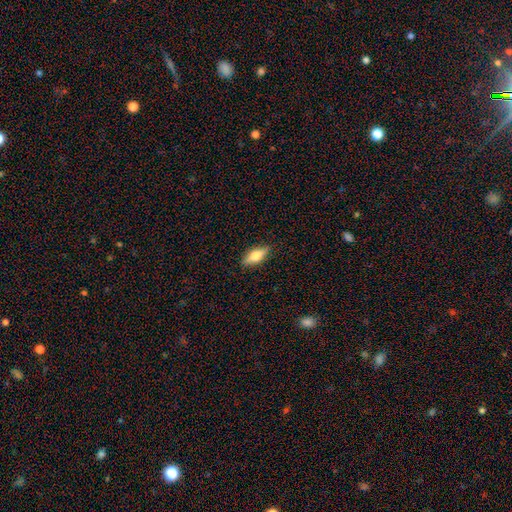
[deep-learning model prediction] Smooth or featured? Predicted: smooth (p=0.57). How rounded? Predicted: in between (p=0.64). Merging? Predicted: none (p=0.87).